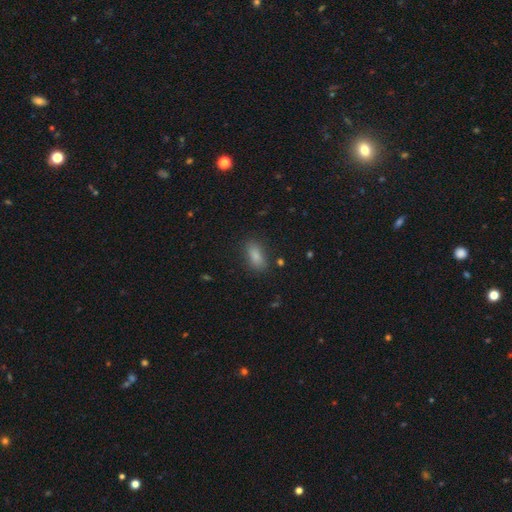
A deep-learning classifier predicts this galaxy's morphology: Overall: smooth (84%). How rounded: in between (84%). Merging: none (80%).